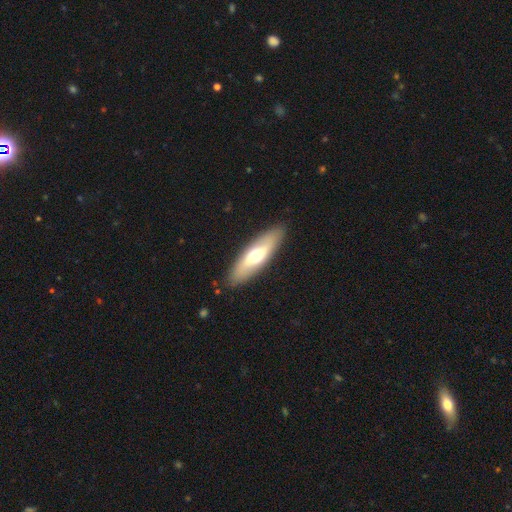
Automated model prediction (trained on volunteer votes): A smooth galaxy with no disk features (54%) that is in between round and cigar-shaped (50%). Merging: none (89%).